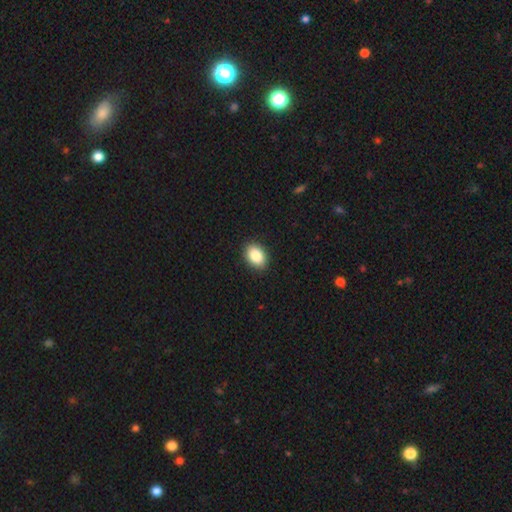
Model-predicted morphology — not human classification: This appears to be a smooth galaxy with no disk features (86%) that is in between round and cigar-shaped (76%). Merging: none (90%).